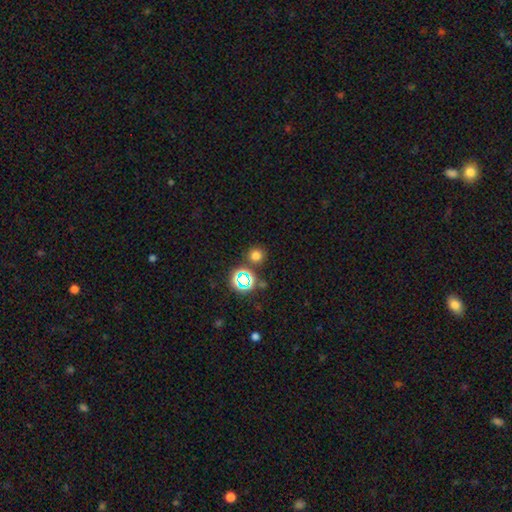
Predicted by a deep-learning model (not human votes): The model was most divided on "smooth or featured": smooth: 69%, star or artifact: 25%, featured or disk: 6%. More confident: how rounded — round (90%); merging — none (81%).